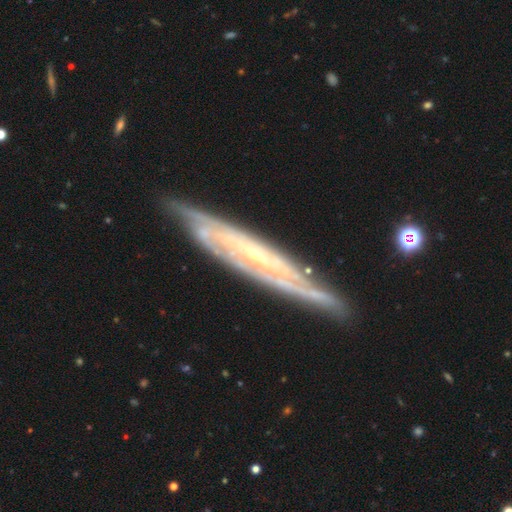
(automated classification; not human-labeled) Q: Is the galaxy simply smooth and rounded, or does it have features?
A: featured or disk — 85%.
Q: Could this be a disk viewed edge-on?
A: no — 55%.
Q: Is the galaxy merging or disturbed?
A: none — 78%.